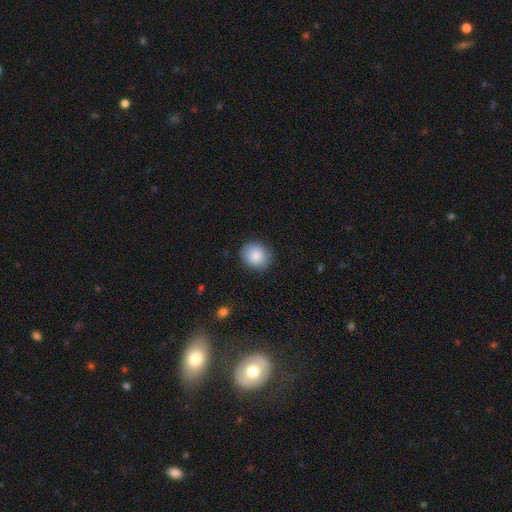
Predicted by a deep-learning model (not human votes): The model was most divided on "how rounded": round: 72%, in between: 27%, cigar-shaped: 1%. More confident: smooth or featured — smooth (87%); merging — none (86%).